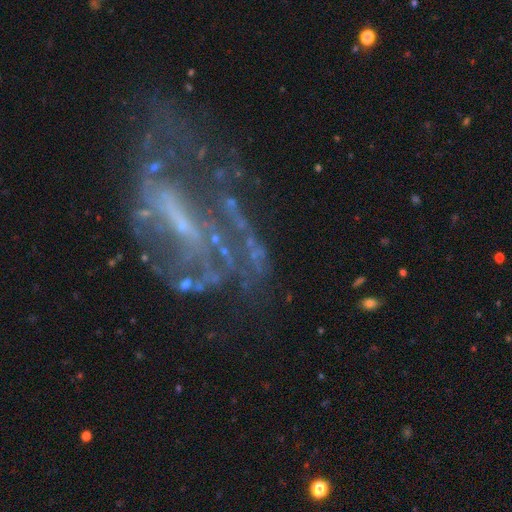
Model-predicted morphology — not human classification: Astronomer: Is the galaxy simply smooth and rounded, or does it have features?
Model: featured or disk — 64%.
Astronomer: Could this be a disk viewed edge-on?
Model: no — 93%.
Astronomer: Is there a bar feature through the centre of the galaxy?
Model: no — 56%.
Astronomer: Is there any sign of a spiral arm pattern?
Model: yes — 59% (runner-up: no, 41%).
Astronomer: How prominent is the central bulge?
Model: small — 52% (runner-up: none, 31%).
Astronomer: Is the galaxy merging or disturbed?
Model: none — 49% (runner-up: major disturbance, 26%).